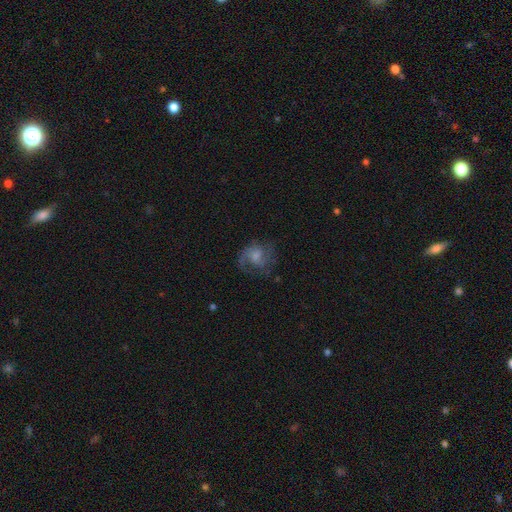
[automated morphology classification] featured or disk 59%, smooth 32%, star or artifact 9%. Down the decision tree: edge-on disk — no (98%); bar — no (60%); spiral arms — yes (84%); bulge size — small (36%); merging — none (56%).